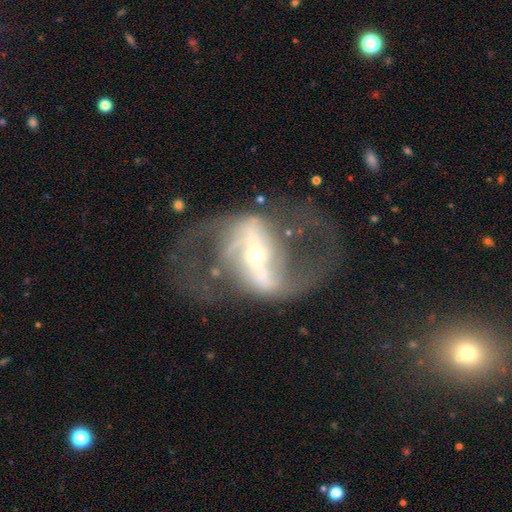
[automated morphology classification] Smooth or featured? featured or disk (89%)
Edge-on disk? no (95%)
Bar? strong (71%)
Spiral arms? yes (89%)
Spiral winding? loose (46%)
Spiral arm count? 2 (89%)
Bulge size? small (67%)
Merging? none (59%)